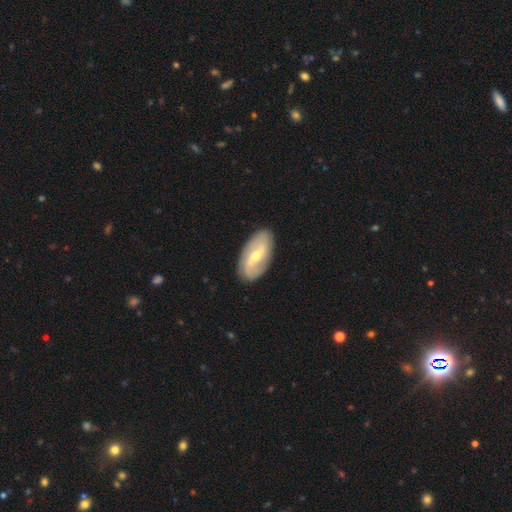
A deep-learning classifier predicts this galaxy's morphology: Smooth or featured? Predicted: featured or disk (p=0.73). Edge-on disk? Predicted: no (p=0.92). Bar? Predicted: weak (p=0.44). Spiral arms? Predicted: yes (p=0.81). Spiral winding? Predicted: loose (p=0.51). Spiral arm count? Predicted: 2 (p=0.84). Bulge size? Predicted: moderate (p=0.49). Merging? Predicted: none (p=0.87).